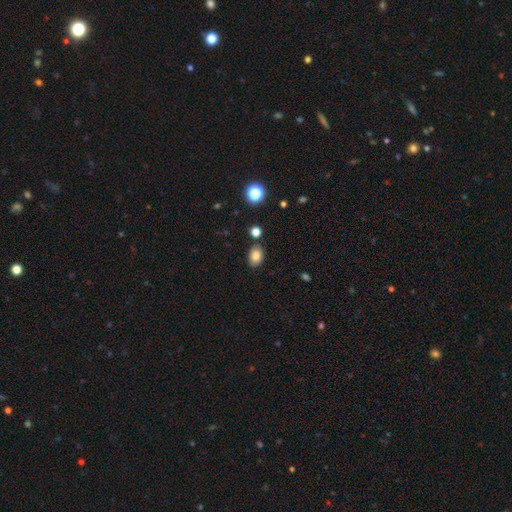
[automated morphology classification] This is clearly a smooth galaxy (83%). How rounded: likely in between (77%). Merging: clearly none (83%).